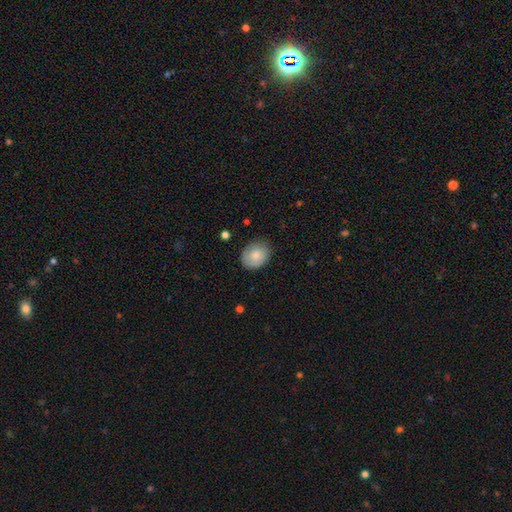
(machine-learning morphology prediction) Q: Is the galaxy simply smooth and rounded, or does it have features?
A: smooth — 78%.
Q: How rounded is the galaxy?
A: round — 50%.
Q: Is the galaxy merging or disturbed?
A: none — 78%.